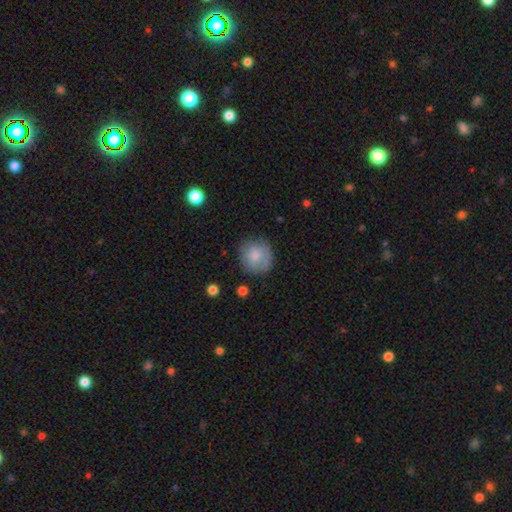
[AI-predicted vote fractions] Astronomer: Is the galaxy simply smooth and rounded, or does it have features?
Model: smooth — 77%.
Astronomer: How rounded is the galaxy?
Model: round — 88%.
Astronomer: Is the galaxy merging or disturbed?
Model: none — 73%.